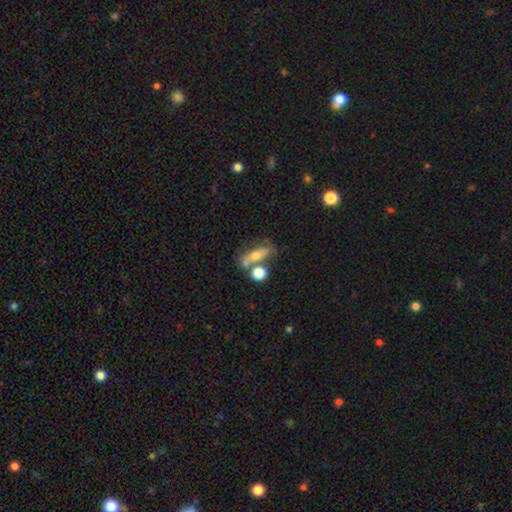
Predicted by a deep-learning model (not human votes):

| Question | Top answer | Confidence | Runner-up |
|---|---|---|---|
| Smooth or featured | smooth | 51% | featured or disk (37%) |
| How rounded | in between | 48% | cigar-shaped (38%) |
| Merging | none | 51% | merger (24%) |